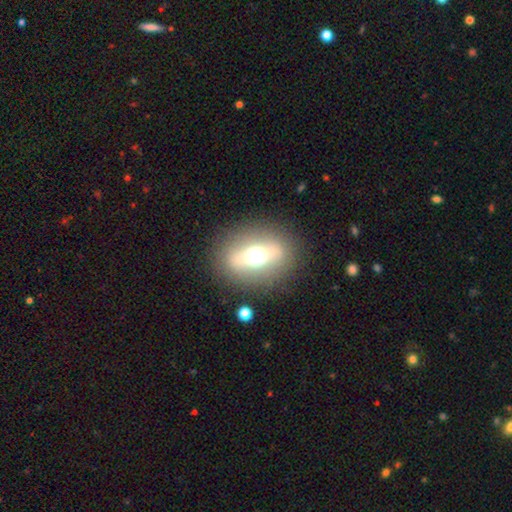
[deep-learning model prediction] Smooth or featured? Predicted: smooth (p=0.44). Merging? Predicted: none (p=0.84).